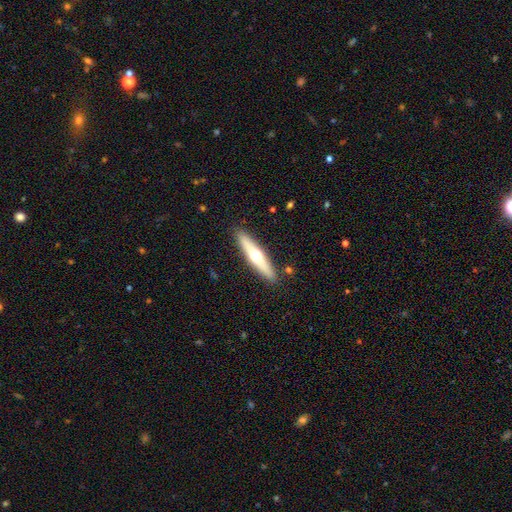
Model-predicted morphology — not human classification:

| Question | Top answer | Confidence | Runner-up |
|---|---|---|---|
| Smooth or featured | featured or disk | 52% | smooth (43%) |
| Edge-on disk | yes | 90% | no (10%) |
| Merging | none | 88% | minor disturbance (8%) |